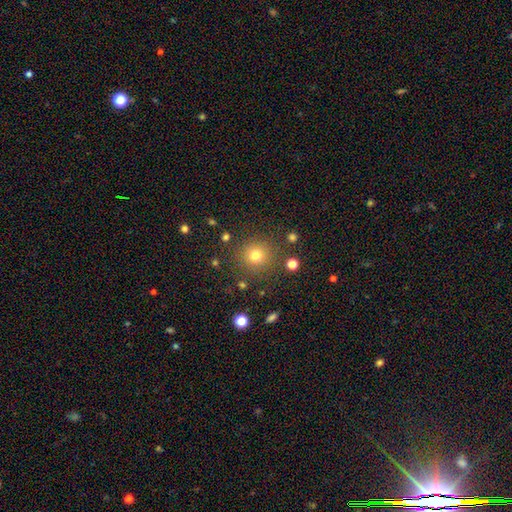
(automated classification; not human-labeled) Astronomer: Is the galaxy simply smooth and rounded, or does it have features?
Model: smooth — 77%.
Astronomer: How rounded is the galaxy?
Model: round — 94%.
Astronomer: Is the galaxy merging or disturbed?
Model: none — 86%.